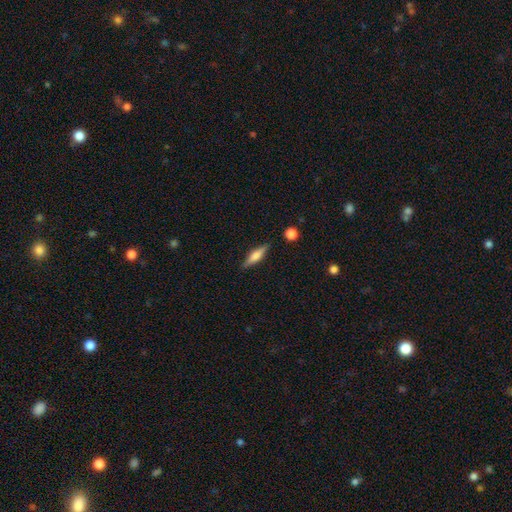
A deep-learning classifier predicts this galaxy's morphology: smooth-or-featured: featured or disk: 49% | smooth: 44% | star or artifact: 7%
  merging: none: 86% | minor disturbance: 10% | major disturbance: 2% | merger: 2%